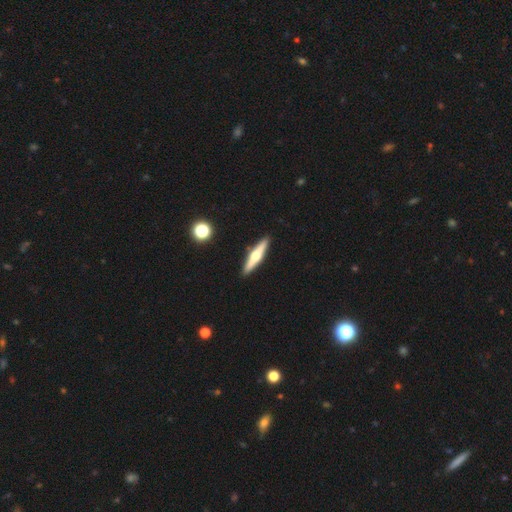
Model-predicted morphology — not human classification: This appears to be a featured or disk galaxy (64%) viewed edge-on (96%) with a rounded central bulge (94%). Merging: none (92%).